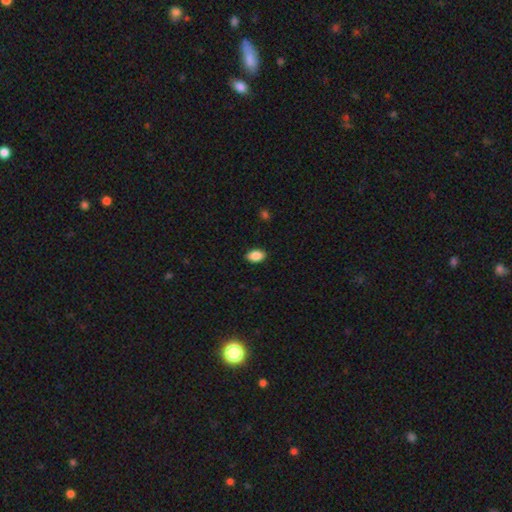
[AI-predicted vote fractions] smooth 88%, star or artifact 8%, featured or disk 4%. Down the decision tree: how rounded — in between (90%); merging — none (89%).